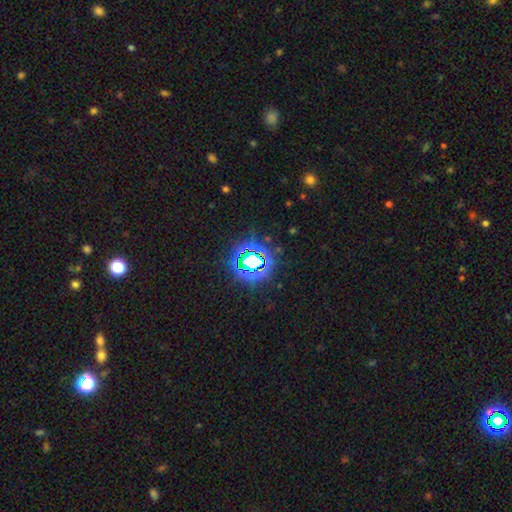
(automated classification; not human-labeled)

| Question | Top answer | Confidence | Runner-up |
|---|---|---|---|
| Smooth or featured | star or artifact | 78% | smooth (14%) |